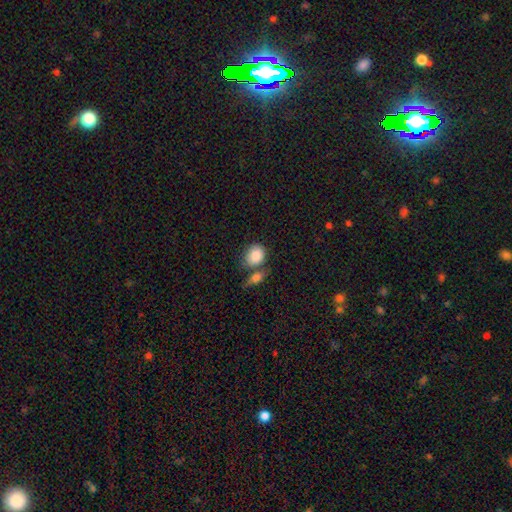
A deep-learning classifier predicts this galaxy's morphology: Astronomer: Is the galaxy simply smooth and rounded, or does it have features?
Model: smooth — 87%.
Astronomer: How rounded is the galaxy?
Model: in between — 51% (runner-up: round, 48%).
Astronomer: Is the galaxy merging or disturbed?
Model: none — 45% (runner-up: merger, 34%).